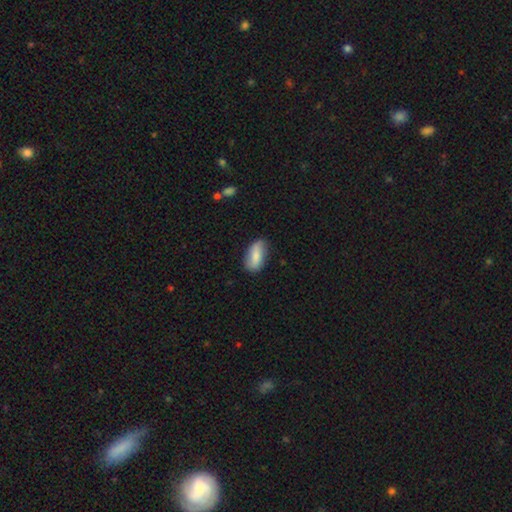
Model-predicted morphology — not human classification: smooth_or_featured: smooth (p=0.68) [alt: featured or disk p=0.26]
how_rounded: in between (p=0.88) [alt: cigar-shaped p=0.08]
merging: none (p=0.76) [alt: minor disturbance p=0.18]